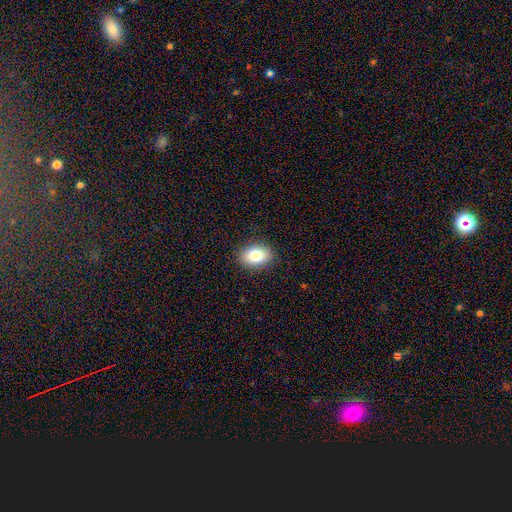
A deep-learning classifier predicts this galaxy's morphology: Q: Smooth or featured?
A: smooth (81%); runner-up: featured or disk (10%)
Q: How rounded?
A: in between (81%); runner-up: round (18%)
Q: Merging?
A: none (88%); runner-up: minor disturbance (9%)